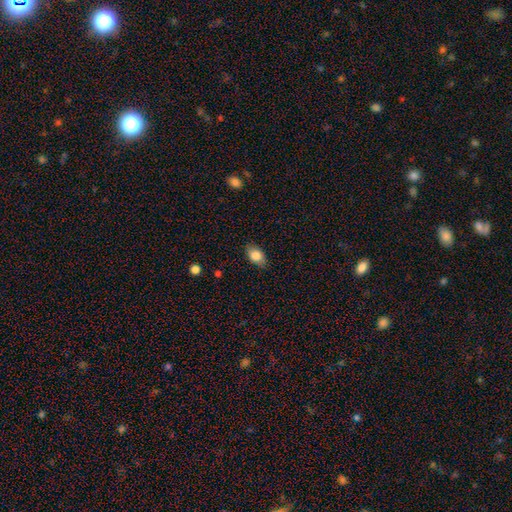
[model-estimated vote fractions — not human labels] Smooth or featured? smooth (82%)
How rounded? in between (84%)
Merging? none (83%)